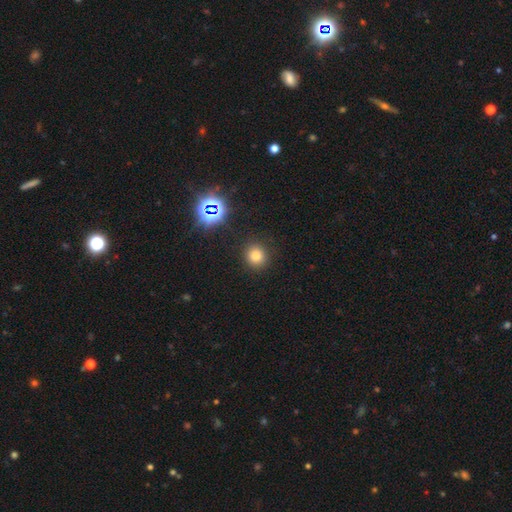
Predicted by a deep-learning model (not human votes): This is likely a smooth galaxy (77%). How rounded: clearly round (89%). Merging: clearly none (89%).